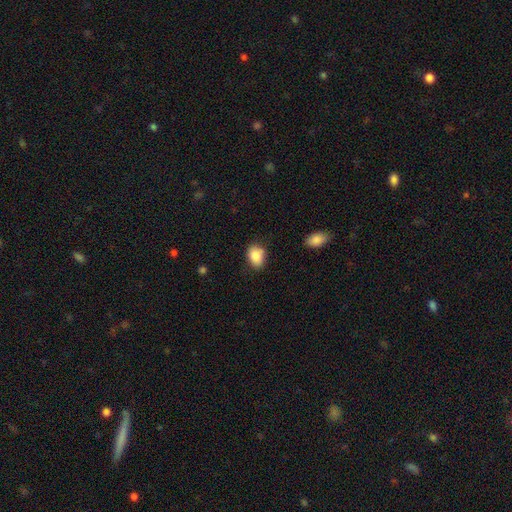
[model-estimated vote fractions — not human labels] Smooth or featured?
  - smooth: 86% *
  - star or artifact: 8%
  - featured or disk: 6%
How rounded?
  - in between: 71% *
  - round: 28%
  - cigar-shaped: 1%
Merging?
  - none: 71% *
  - minor disturbance: 21%
  - merger: 4%
  - major disturbance: 4%